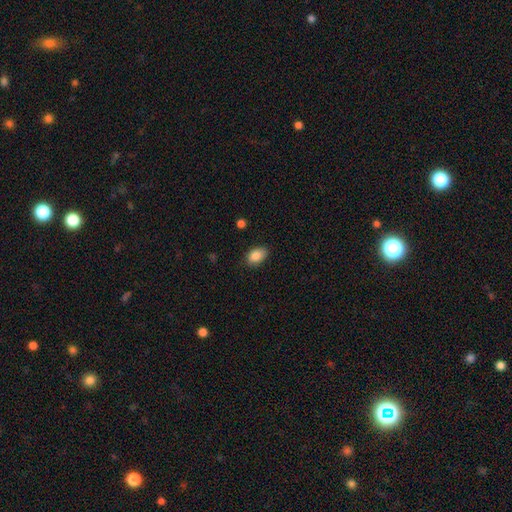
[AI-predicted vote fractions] Smooth or featured? Predicted: smooth (p=0.86). How rounded? Predicted: in between (p=0.86). Merging? Predicted: none (p=0.82).